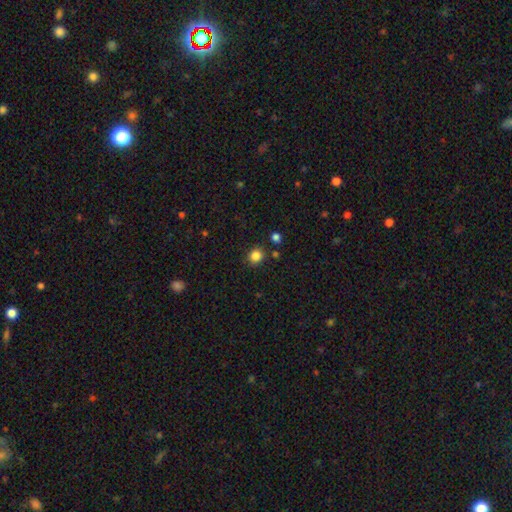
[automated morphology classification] Overall: smooth (84%). How rounded: round (83%). Merging: none (87%).